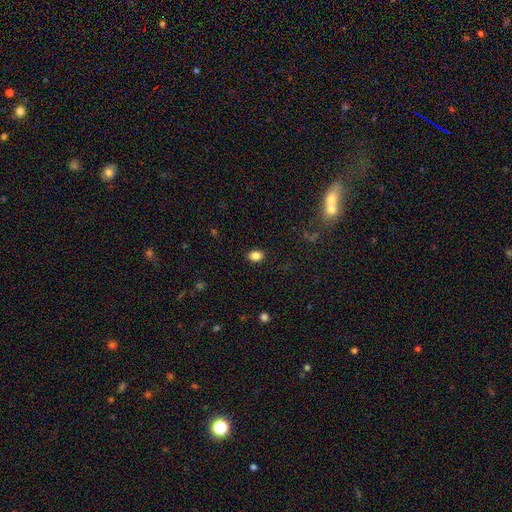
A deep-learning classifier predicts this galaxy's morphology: Overall: smooth (85%). How rounded: in between (70%). Merging: none (88%).